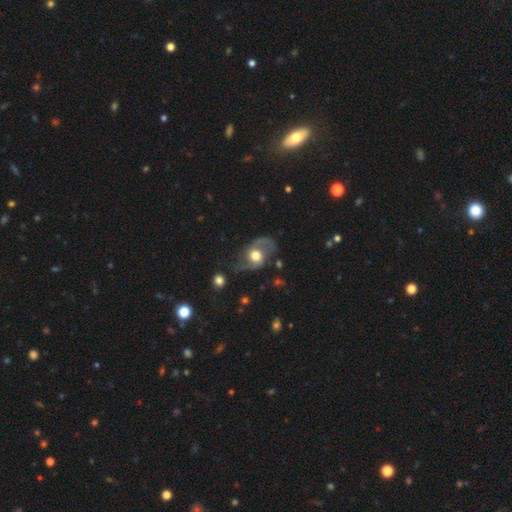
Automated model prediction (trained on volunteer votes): A featured or disk galaxy (73%) with no bar (64%), 2 (88%) loose (55%) spiral arms (86%) and a moderate central bulge (60%).

Vote fractions:
- Smooth or featured? featured or disk: 73% / smooth: 20% / star or artifact: 7%
- Edge-on disk? no: 96% / yes: 4%
- Bar? no: 64% / weak: 28% / strong: 8%
- Spiral arms? yes: 86% / no: 14%
- Spiral winding? loose: 55% / medium: 36% / tight: 9%
- Spiral arm count? 2: 88% / 1: 5% / can't tell: 3% / 3: 1% / 4: 1% / more than 4: 1%
- Bulge size? moderate: 60% / large: 30% / small: 5% / dominant: 3% / none: 1%
- Merging? none: 57% / minor disturbance: 22% / major disturbance: 18% / merger: 3%